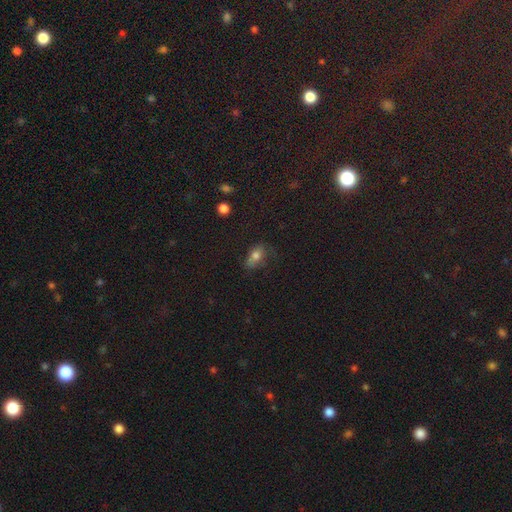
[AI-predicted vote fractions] Smooth or featured? Predicted: smooth (p=0.72). How rounded? Predicted: in between (p=0.81). Merging? Predicted: none (p=0.51).